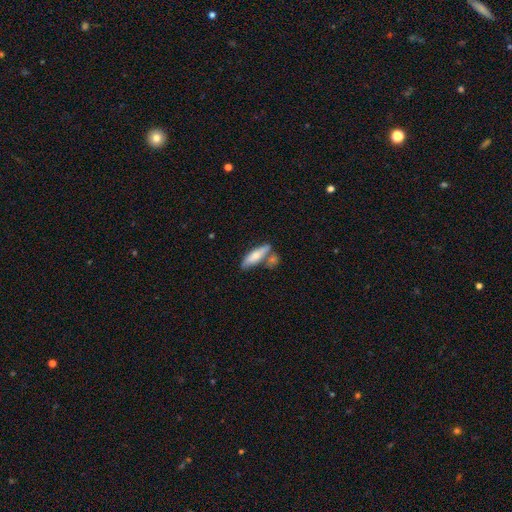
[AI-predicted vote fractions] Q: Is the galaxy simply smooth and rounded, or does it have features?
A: smooth — 69%.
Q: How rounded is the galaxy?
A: cigar-shaped — 57%.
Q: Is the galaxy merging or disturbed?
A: none — 58%.